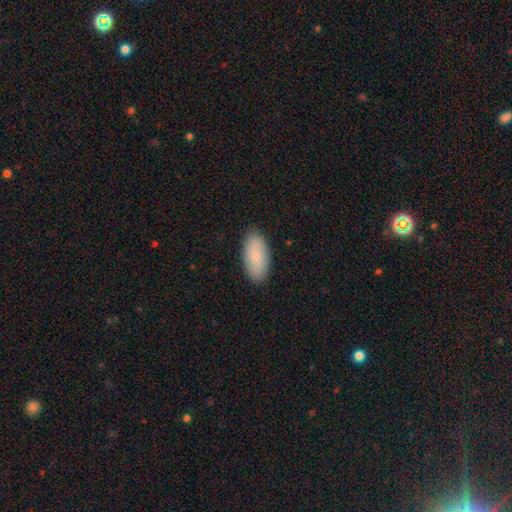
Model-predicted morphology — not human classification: Smooth or featured? smooth (85%)
How rounded? in between (92%)
Merging? none (88%)